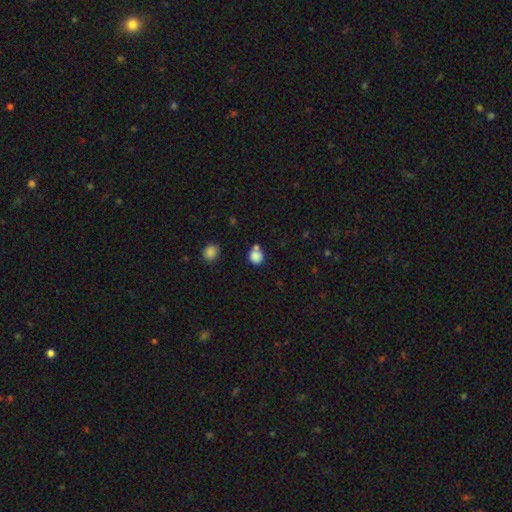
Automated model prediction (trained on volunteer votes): This is clearly a smooth galaxy (84%). How rounded: clearly round (86%). Merging: possibly none (59%).